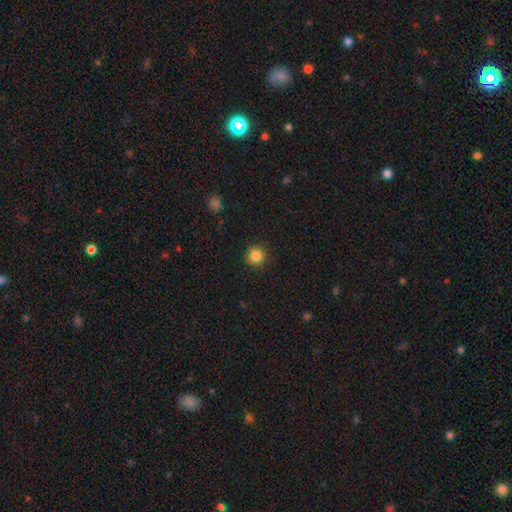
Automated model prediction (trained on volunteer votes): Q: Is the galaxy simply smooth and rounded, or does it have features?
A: smooth — 85%.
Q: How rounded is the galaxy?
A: round — 94%.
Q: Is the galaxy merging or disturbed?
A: none — 89%.